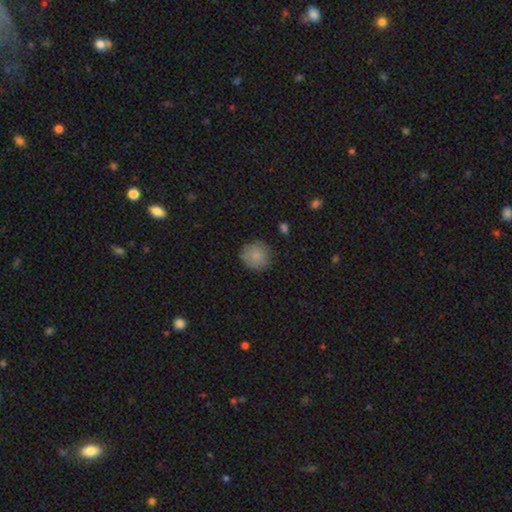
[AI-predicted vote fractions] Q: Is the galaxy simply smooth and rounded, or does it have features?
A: smooth — 85%.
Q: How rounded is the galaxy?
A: round — 92%.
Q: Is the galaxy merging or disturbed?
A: none — 83%.